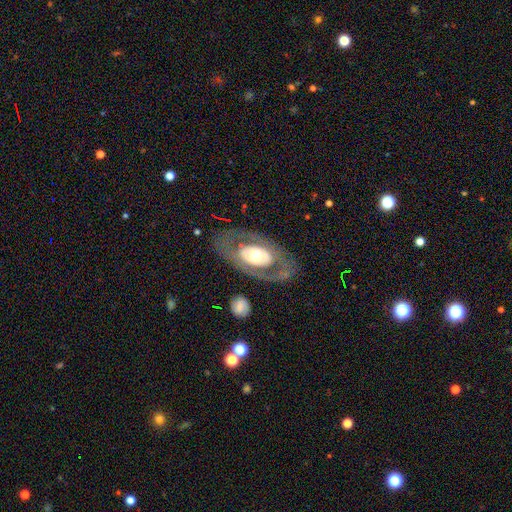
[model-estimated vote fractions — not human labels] smooth-or-featured: featured or disk: 62% | smooth: 33% | star or artifact: 5%
  disk-edge-on: no: 90% | yes: 10%
    bar: no: 85% | weak: 10% | strong: 5%
    has-spiral-arms: no: 83% | yes: 17%
    bulge-size: moderate: 57% | large: 32% | small: 6% | dominant: 3% | none: 1%
  merging: none: 76% | minor disturbance: 12% | major disturbance: 10% | merger: 2%